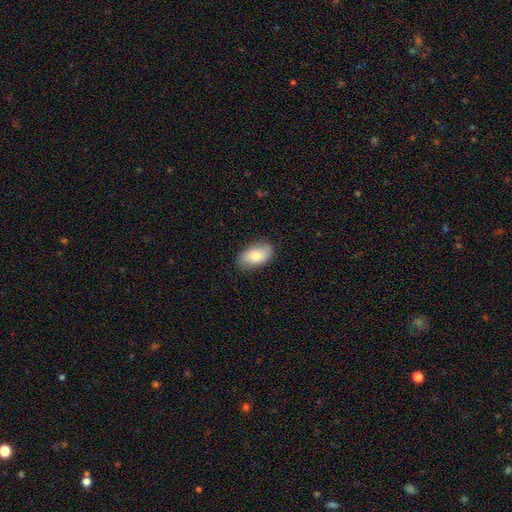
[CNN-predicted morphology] smooth 75%, featured or disk 19%, star or artifact 6%. Down the decision tree: how rounded — in between (93%); merging — none (83%).